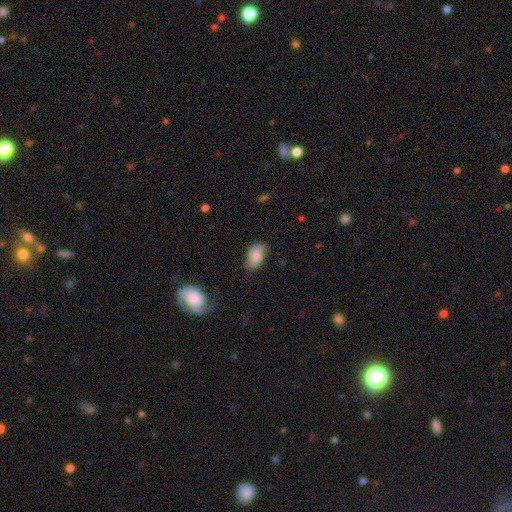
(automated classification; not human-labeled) This is likely a smooth galaxy (67%). How rounded: clearly in between (91%). Merging: possibly none (57%).